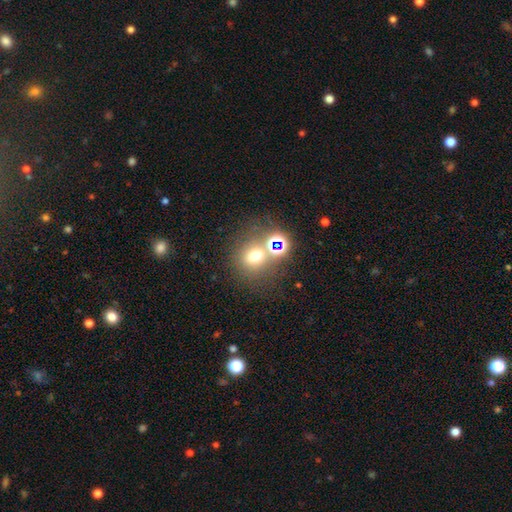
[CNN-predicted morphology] Overall: smooth (61%; star or artifact 26%). How rounded: round (73%). Merging: none (62%; merger 22%).